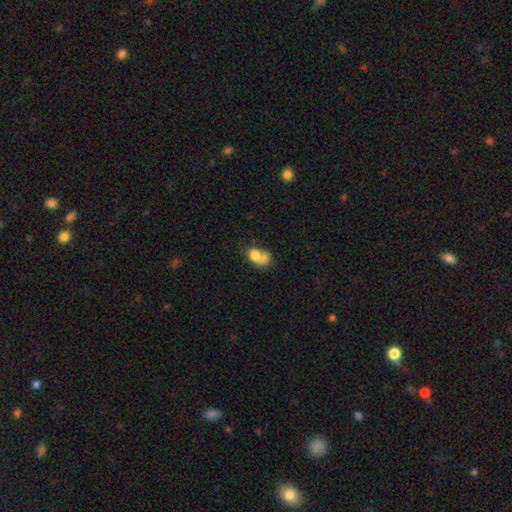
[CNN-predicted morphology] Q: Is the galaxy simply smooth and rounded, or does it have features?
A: smooth — 70%.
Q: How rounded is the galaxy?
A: in between — 65%.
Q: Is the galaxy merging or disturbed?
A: merger — 61%.